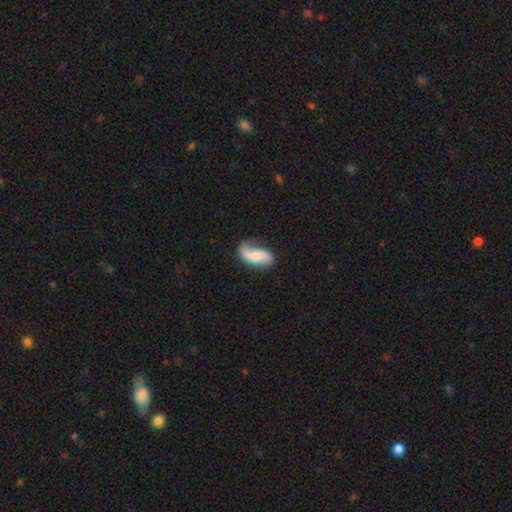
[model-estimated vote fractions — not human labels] Smooth or featured? featured or disk (64%)
Edge-on disk? no (95%)
Bar? no (54%)
Spiral arms? yes (91%)
Spiral winding? loose (69%)
Spiral arm count? 2 (77%)
Bulge size? moderate (43%)
Merging? none (60%)